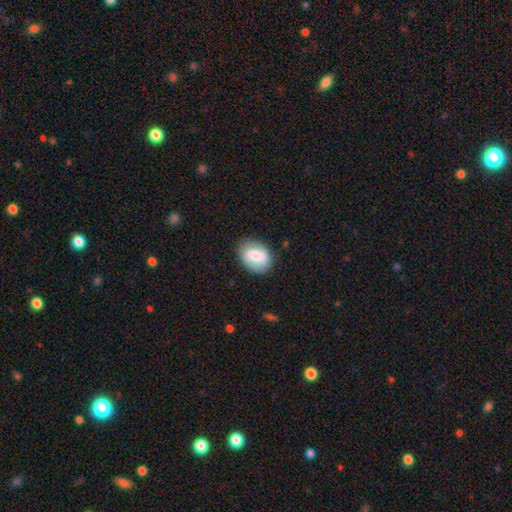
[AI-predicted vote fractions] Morphology: type=smooth (57%); roundness=in between (73%); merging=none (79%).